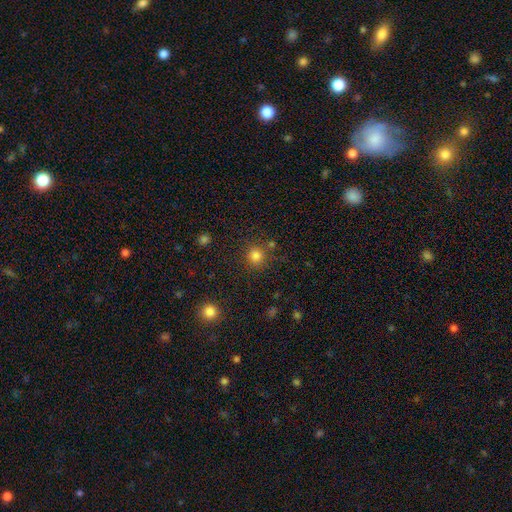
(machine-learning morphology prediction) This is clearly a smooth galaxy (81%). How rounded: clearly round (91%). Merging: likely none (80%).